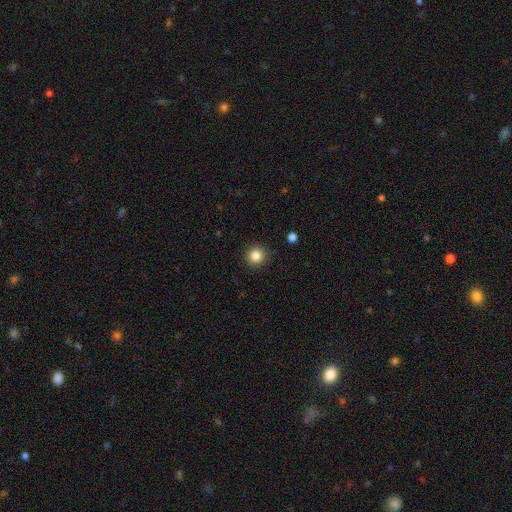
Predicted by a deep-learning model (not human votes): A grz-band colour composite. It shows a smooth galaxy with no disk features (84%) that is round (93%). Merging: none (90%).